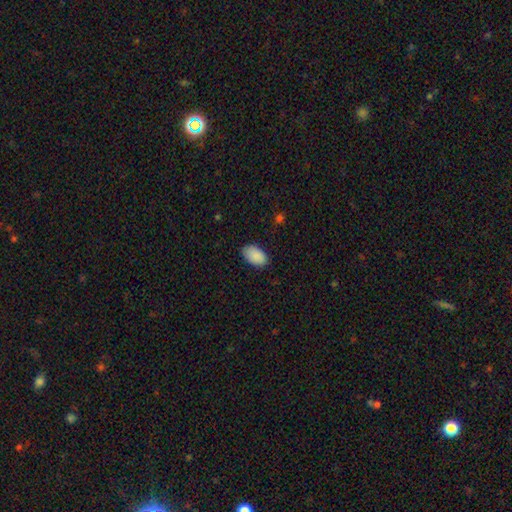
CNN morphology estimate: Smooth or featured?
  - smooth: 90% *
  - star or artifact: 7%
  - featured or disk: 4%
How rounded?
  - in between: 93% *
  - round: 6%
  - cigar-shaped: 1%
Merging?
  - none: 81% *
  - minor disturbance: 15%
  - major disturbance: 3%
  - merger: 1%